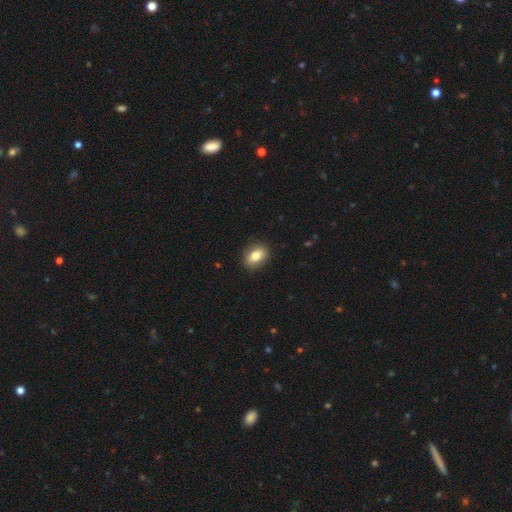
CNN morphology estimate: type=smooth (80%); roundness=in between (78%); merging=none (88%).